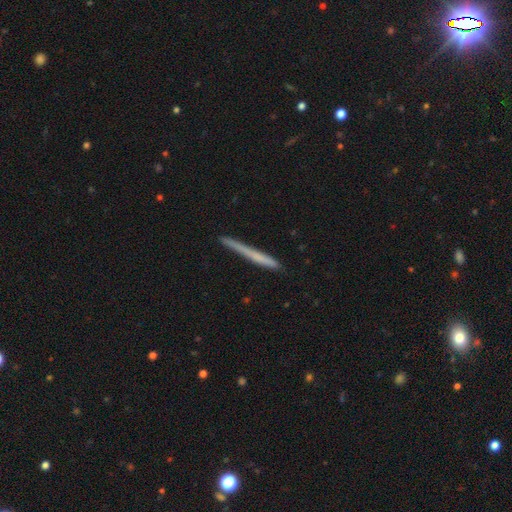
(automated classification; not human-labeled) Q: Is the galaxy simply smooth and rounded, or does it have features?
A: smooth — 55%.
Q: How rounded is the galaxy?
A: cigar-shaped — 97%.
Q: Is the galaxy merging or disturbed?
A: none — 86%.